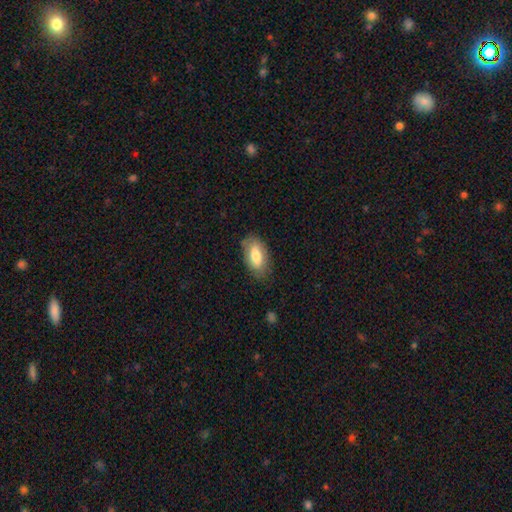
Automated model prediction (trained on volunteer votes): Smooth or featured?
  - smooth: 74% *
  - featured or disk: 19%
  - star or artifact: 6%
How rounded?
  - in between: 91% *
  - cigar-shaped: 6%
  - round: 3%
Merging?
  - none: 78% *
  - minor disturbance: 17%
  - major disturbance: 4%
  - merger: 1%